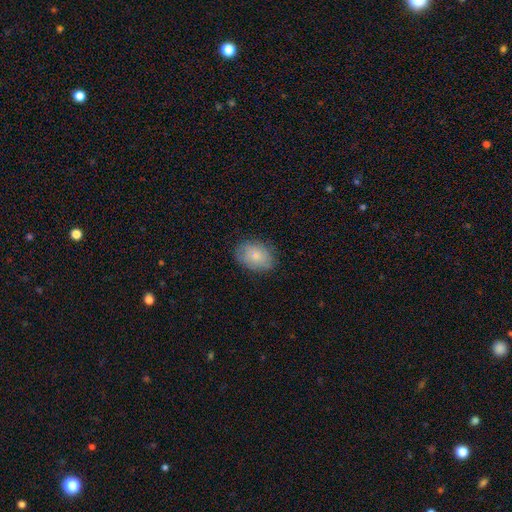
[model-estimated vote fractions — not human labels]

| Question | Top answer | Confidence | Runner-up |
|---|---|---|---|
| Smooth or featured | smooth | 79% | featured or disk (14%) |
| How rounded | in between | 73% | round (26%) |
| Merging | none | 81% | minor disturbance (14%) |